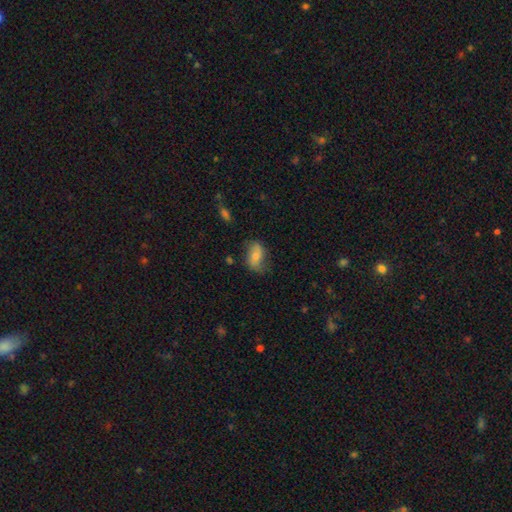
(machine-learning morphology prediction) Smooth or featured?
  - smooth: 61% *
  - featured or disk: 31%
  - star or artifact: 8%
How rounded?
  - in between: 87% *
  - round: 10%
  - cigar-shaped: 3%
Merging?
  - none: 59% *
  - minor disturbance: 28%
  - major disturbance: 11%
  - merger: 2%